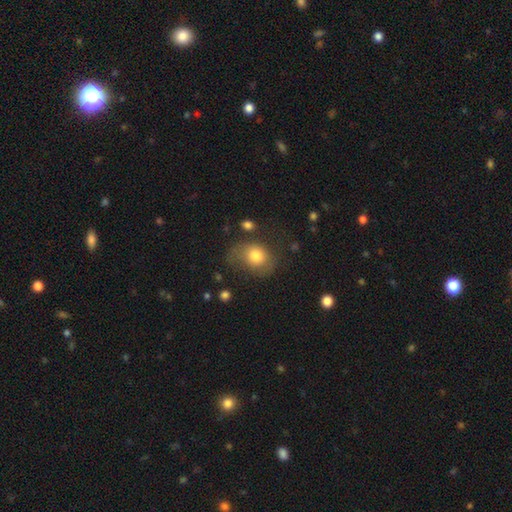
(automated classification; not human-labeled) This appears to be a smooth galaxy with no disk features (76%) that is in between round and cigar-shaped (56%). Merging: none (47%).